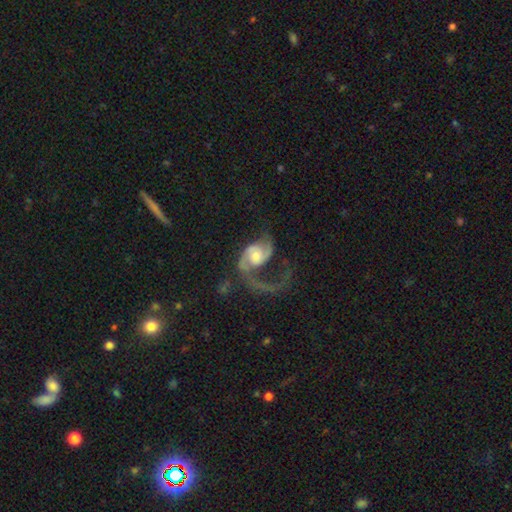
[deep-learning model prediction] smooth_or_featured: featured or disk (p=0.86) [alt: smooth p=0.09]
disk_edge_on: no (p=0.98) [alt: yes p=0.02]
bar: no (p=0.61) [alt: weak p=0.32]
has_spiral_arms: yes (p=0.95) [alt: no p=0.05]
spiral_winding: loose (p=0.61) [alt: medium p=0.31]
spiral_arm_count: 2 (p=0.76) [alt: 1 p=0.18]
bulge_size: moderate (p=0.55) [alt: small p=0.26]
merging: major disturbance (p=0.46) [alt: none p=0.35]